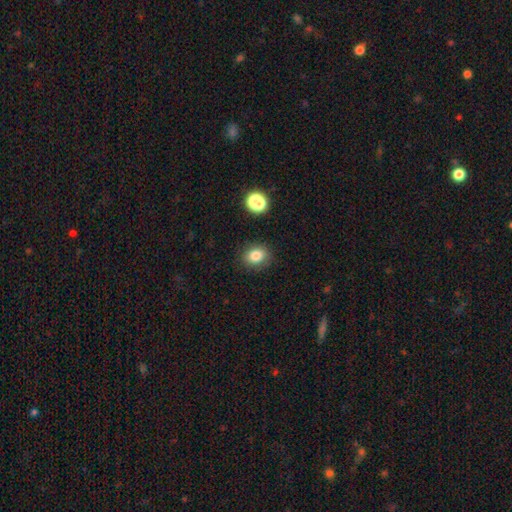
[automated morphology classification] This is clearly a smooth galaxy (82%). How rounded: possibly round (52%). Merging: clearly none (85%).